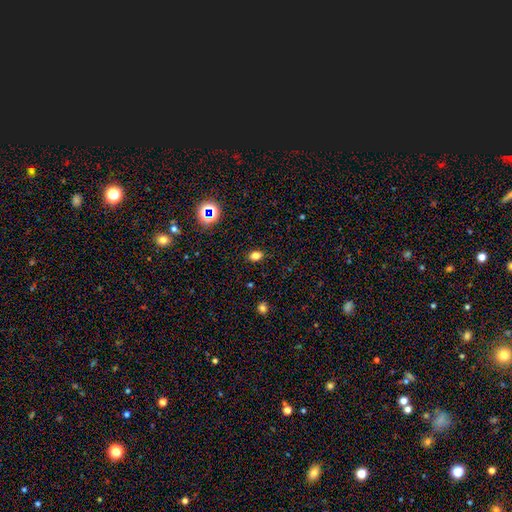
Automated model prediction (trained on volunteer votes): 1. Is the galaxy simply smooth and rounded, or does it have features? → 77% smooth, 17% star or artifact, 6% featured or disk.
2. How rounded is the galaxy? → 71% in between, 27% round, 1% cigar-shaped.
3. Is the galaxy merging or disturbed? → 87% none, 9% minor disturbance, 3% major disturbance, 1% merger.